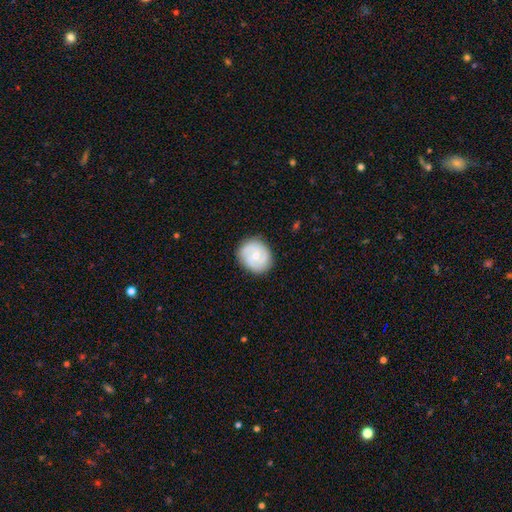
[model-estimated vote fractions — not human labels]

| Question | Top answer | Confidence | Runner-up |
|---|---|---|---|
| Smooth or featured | featured or disk | 55% | smooth (39%) |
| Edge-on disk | no | 97% | yes (3%) |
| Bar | no | 69% | weak (27%) |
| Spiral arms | yes | 79% | no (21%) |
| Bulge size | small | 49% | moderate (48%) |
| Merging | none | 83% | minor disturbance (13%) |